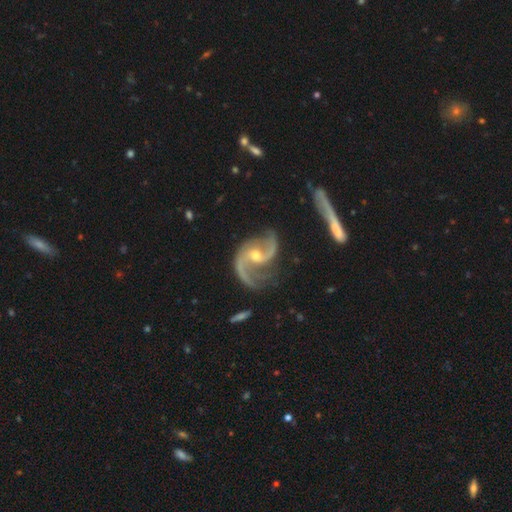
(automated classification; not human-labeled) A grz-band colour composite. It shows a featured or disk galaxy (92%) with no bar (48%), 2 (90%) loose (53%) spiral arms (98%) and a moderate central bulge (54%). Merging: none (65%).